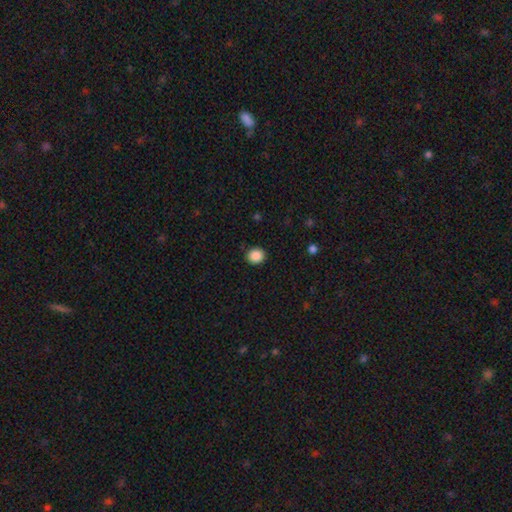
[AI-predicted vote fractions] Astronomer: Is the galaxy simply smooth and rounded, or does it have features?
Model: smooth — 88%.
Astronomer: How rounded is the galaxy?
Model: round — 83%.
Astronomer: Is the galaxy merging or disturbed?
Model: none — 91%.